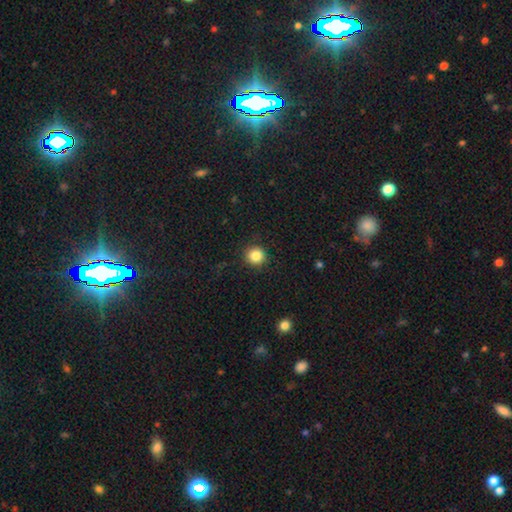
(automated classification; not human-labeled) smooth_or_featured: smooth (p=0.86) [alt: star or artifact p=0.10]
how_rounded: round (p=0.93) [alt: in between p=0.06]
merging: none (p=0.90) [alt: minor disturbance p=0.07]